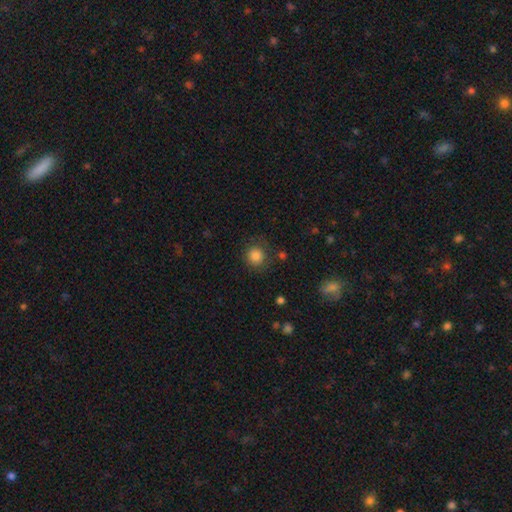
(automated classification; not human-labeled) The model was most divided on "merging": none: 81%, minor disturbance: 12%, major disturbance: 5%, merger: 2%. More confident: how rounded — round (91%); smooth or featured — smooth (85%).